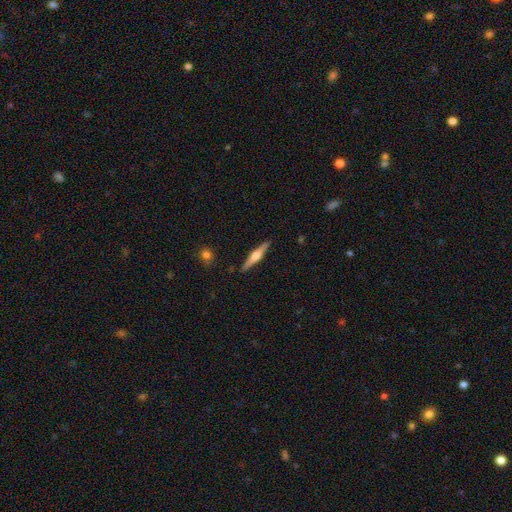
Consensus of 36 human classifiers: This appears to be a featured or disk galaxy (69%) viewed edge-on (100%) with a rounded central bulge (84%). Merging: none (88%).